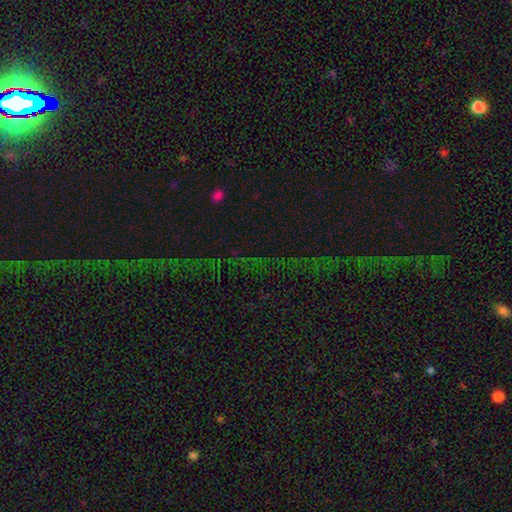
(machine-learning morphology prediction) type=star or artifact (75%).